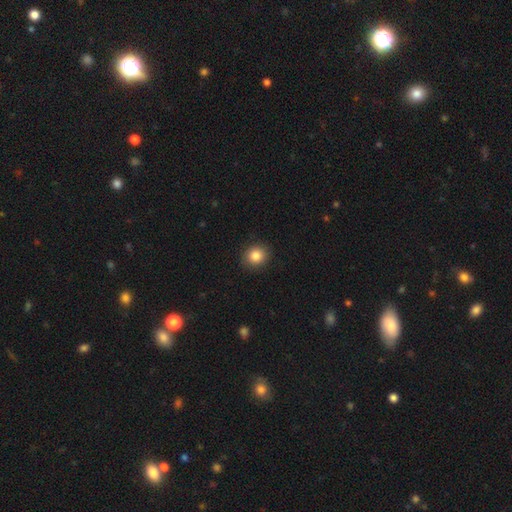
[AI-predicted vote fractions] smooth_or_featured: smooth (p=0.85) [alt: star or artifact p=0.09]
how_rounded: round (p=0.79) [alt: in between p=0.20]
merging: none (p=0.91) [alt: minor disturbance p=0.07]